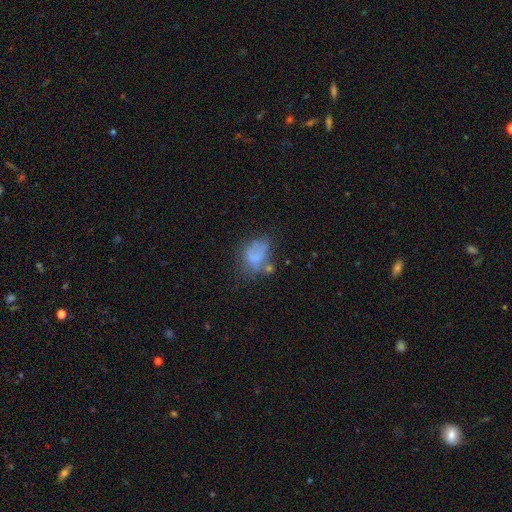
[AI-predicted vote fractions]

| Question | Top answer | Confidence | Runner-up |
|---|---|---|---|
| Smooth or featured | smooth | 58% | featured or disk (29%) |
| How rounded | in between | 68% | round (30%) |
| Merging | none | 33% | major disturbance (28%) |